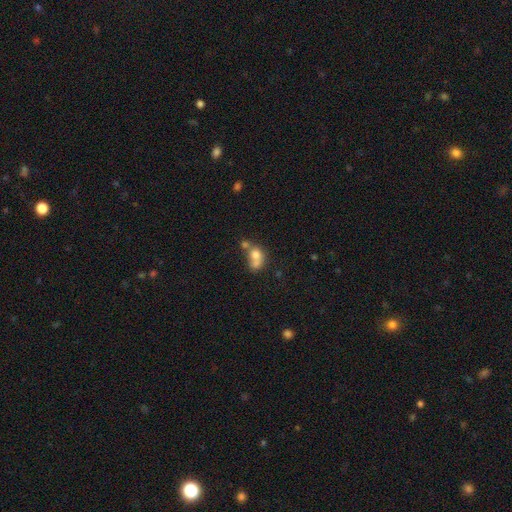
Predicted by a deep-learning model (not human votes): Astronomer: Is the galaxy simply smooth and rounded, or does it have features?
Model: smooth — 69%.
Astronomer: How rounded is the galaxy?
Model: in between — 50% (runner-up: round, 48%).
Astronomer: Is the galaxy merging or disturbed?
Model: merger — 60%.